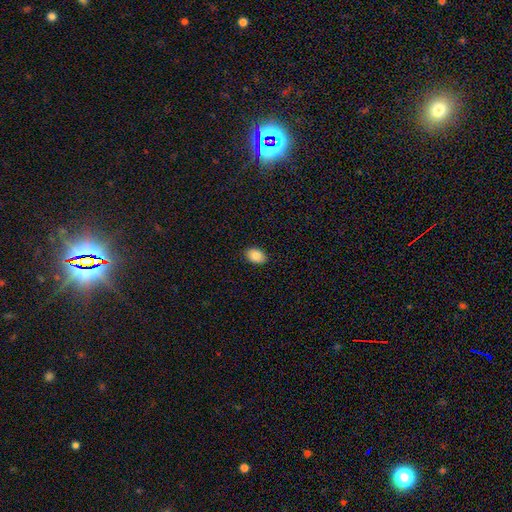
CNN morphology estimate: Smooth or featured? smooth (85%)
How rounded? in between (84%)
Merging? none (90%)